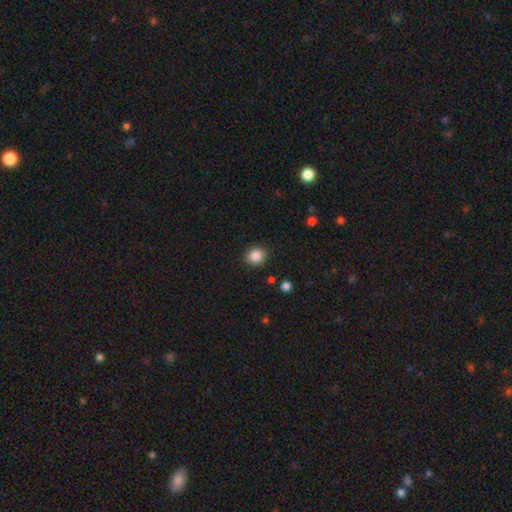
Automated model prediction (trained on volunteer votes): The model was most divided on "how rounded": round: 76%, in between: 23%, cigar-shaped: 1%. More confident: merging — none (89%); smooth or featured — smooth (87%).